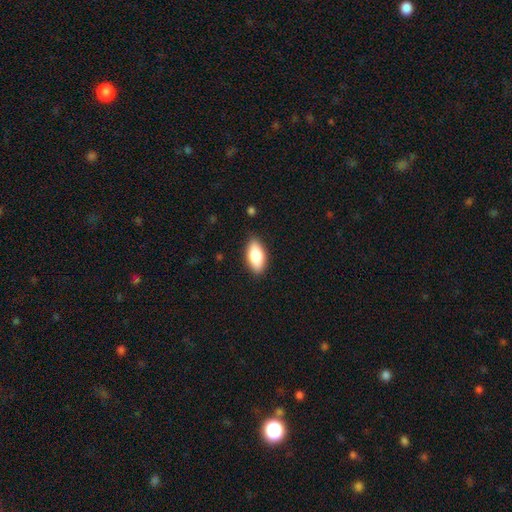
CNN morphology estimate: The model was most divided on "smooth or featured": smooth: 81%, featured or disk: 12%, star or artifact: 7%. More confident: how rounded — in between (89%); merging — none (87%).